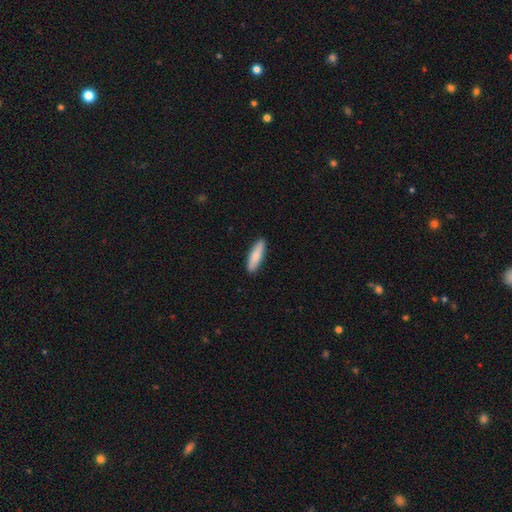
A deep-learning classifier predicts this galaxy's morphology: smooth 83%, featured or disk 12%, star or artifact 5%. Down the decision tree: how rounded — cigar-shaped (75%); merging — none (90%).